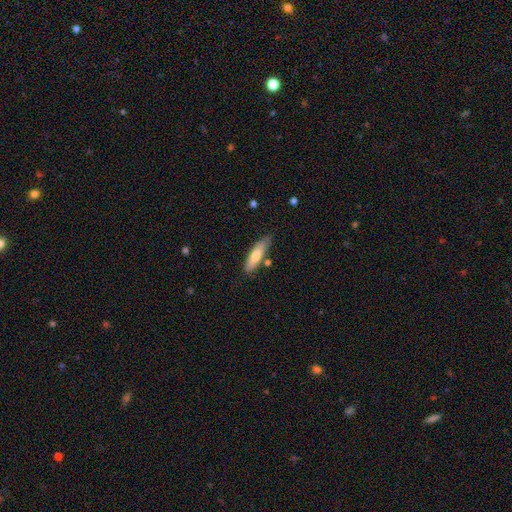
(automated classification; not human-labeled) smooth 71%, featured or disk 23%, star or artifact 6%. Down the decision tree: how rounded — cigar-shaped (63%); merging — none (73%).